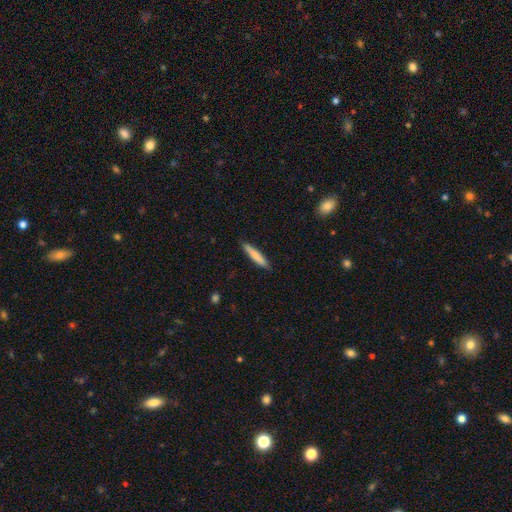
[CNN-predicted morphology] Smooth or featured: smooth — 76% (featured or disk — 19%)
How rounded: cigar-shaped — 91% (in between — 8%)
Merging: none — 88% (minor disturbance — 9%)